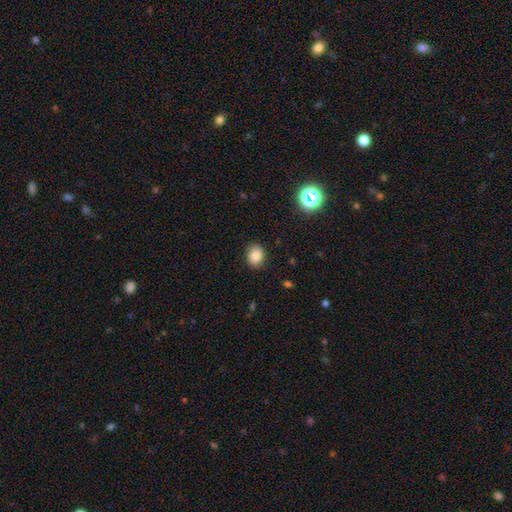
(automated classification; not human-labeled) smooth 83%, star or artifact 11%, featured or disk 6%. Down the decision tree: how rounded — in between (50%); merging — none (87%).